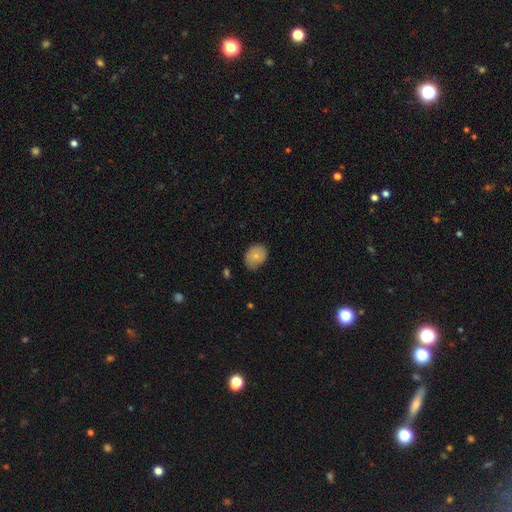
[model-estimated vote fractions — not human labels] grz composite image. It shows a smooth galaxy with no disk features (76%) that is in between round and cigar-shaped (57%). Merging: none (67%).